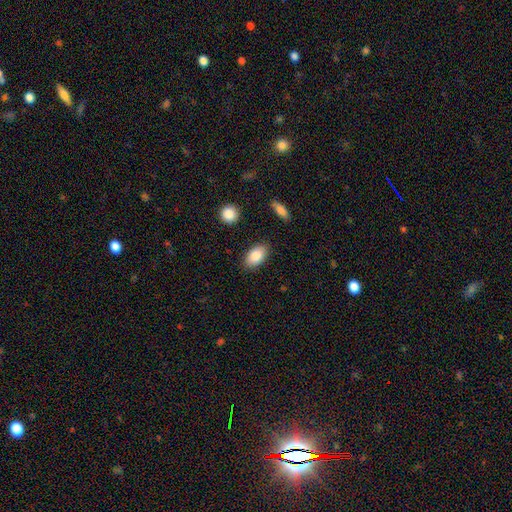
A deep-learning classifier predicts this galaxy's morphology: smooth_or_featured: smooth (p=0.85) [alt: featured or disk p=0.08]
how_rounded: in between (p=0.92) [alt: round p=0.06]
merging: none (p=0.85) [alt: minor disturbance p=0.10]